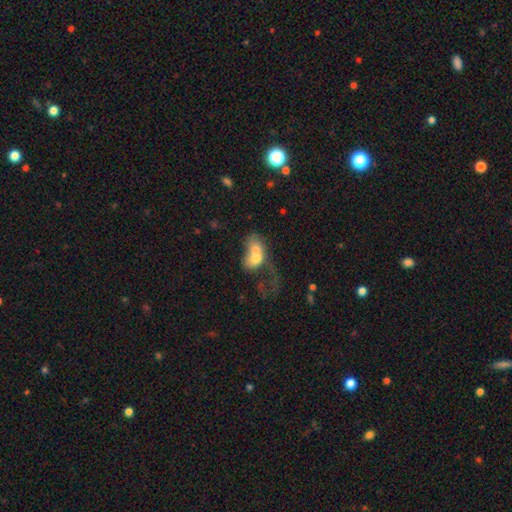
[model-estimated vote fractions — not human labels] Smooth or featured? smooth (59%)
How rounded? in between (70%)
Merging? merger (70%)